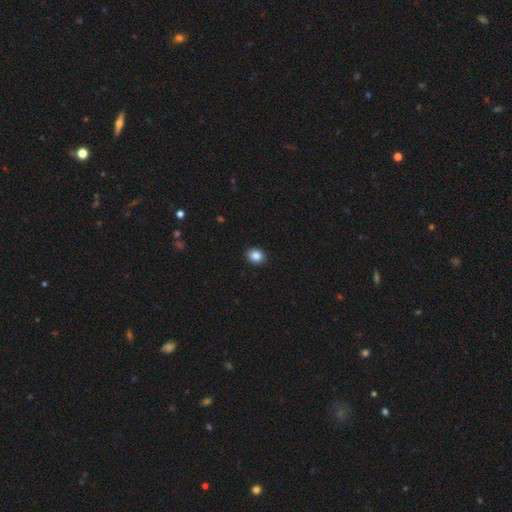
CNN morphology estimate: A smooth galaxy with no disk features (87%) that is round (61%). Merging: none (91%).